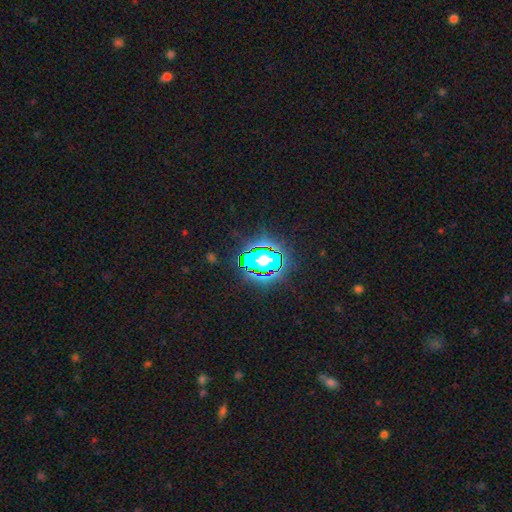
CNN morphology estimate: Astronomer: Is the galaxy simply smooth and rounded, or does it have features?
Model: star or artifact — 60%.